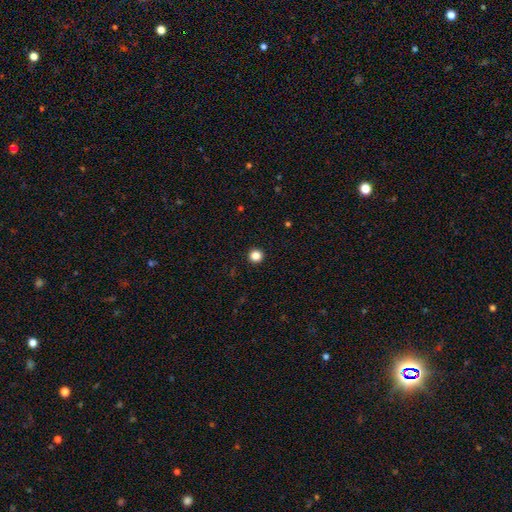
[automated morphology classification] type=smooth (85%); roundness=round (95%); merging=none (94%).